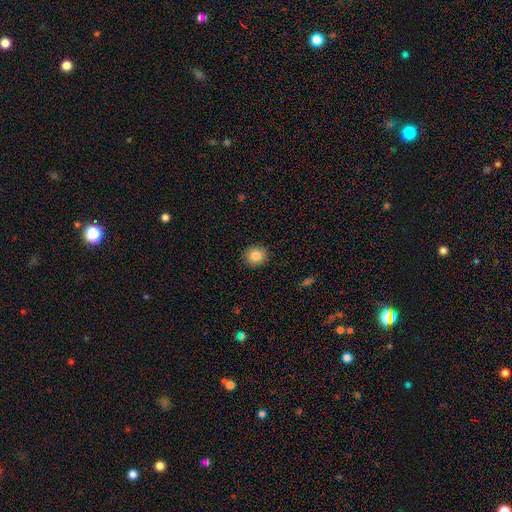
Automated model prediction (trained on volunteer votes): Q: Smooth or featured?
A: smooth (84%); runner-up: star or artifact (9%)
Q: How rounded?
A: round (83%); runner-up: in between (16%)
Q: Merging?
A: none (91%); runner-up: minor disturbance (6%)